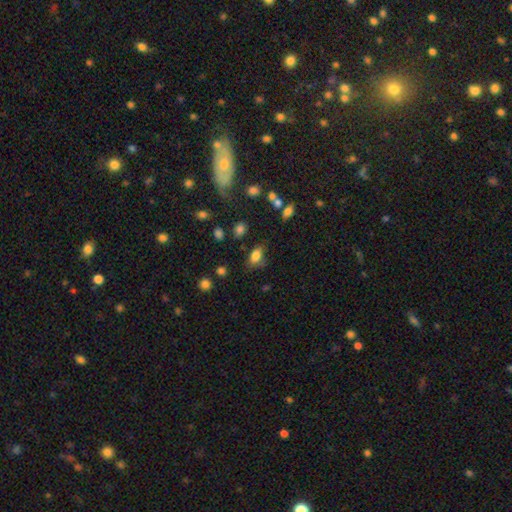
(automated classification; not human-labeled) Q: Smooth or featured?
A: smooth (81%); runner-up: star or artifact (10%)
Q: How rounded?
A: in between (86%); runner-up: round (12%)
Q: Merging?
A: none (66%); runner-up: minor disturbance (23%)